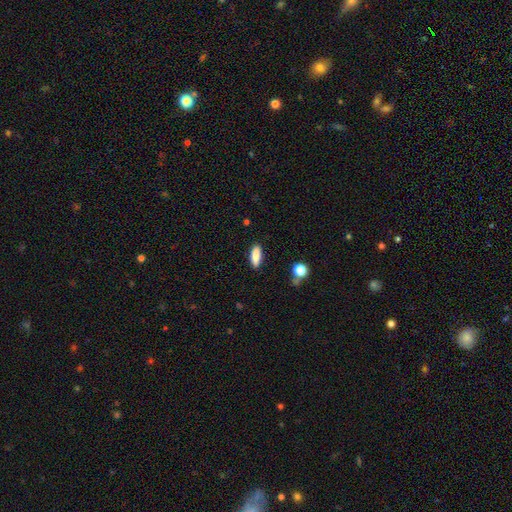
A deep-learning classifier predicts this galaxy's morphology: Smooth or featured?
  - smooth: 86% *
  - star or artifact: 7%
  - featured or disk: 7%
How rounded?
  - in between: 65% *
  - cigar-shaped: 33%
  - round: 2%
Merging?
  - none: 86% *
  - minor disturbance: 10%
  - major disturbance: 2%
  - merger: 2%